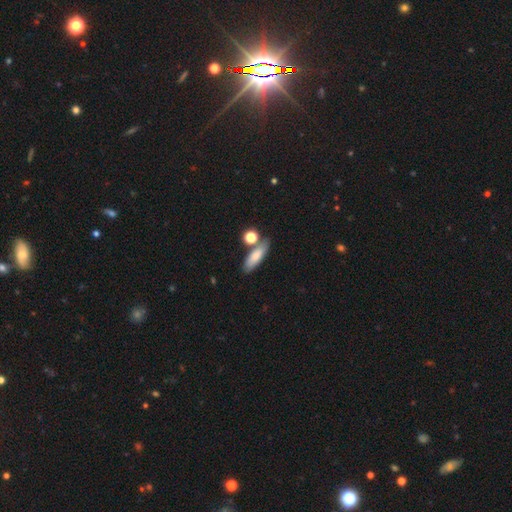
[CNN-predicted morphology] The model was most divided on "how rounded": in between: 58%, cigar-shaped: 36%, round: 6%. More confident: smooth or featured — smooth (78%); merging — none (64%).